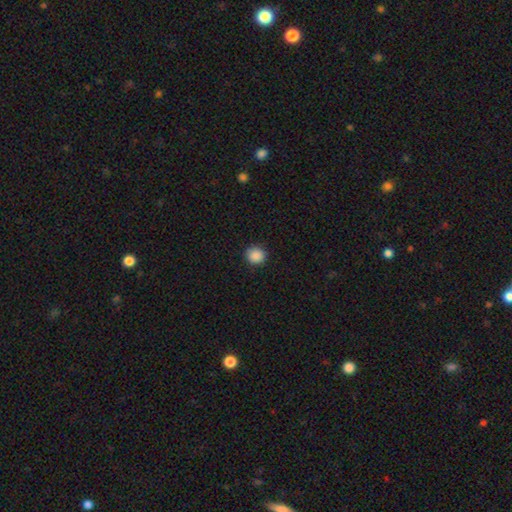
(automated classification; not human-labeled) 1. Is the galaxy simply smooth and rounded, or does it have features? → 89% smooth, 9% star or artifact, 2% featured or disk.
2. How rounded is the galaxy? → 90% round, 9% in between, 1% cigar-shaped.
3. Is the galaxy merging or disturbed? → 91% none, 6% minor disturbance, 2% major disturbance, 1% merger.